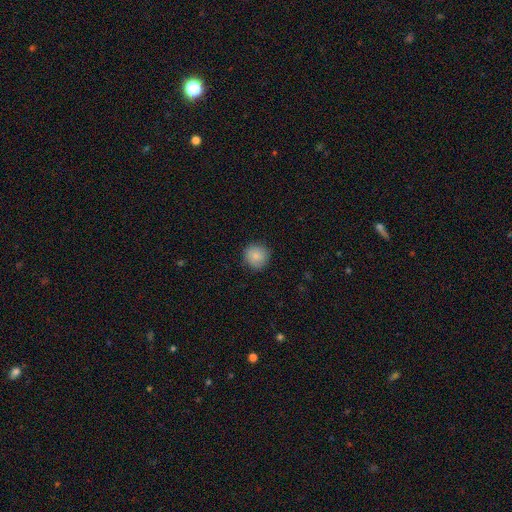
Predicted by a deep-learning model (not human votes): smooth_or_featured: smooth (p=0.85) [alt: star or artifact p=0.08]
how_rounded: round (p=0.92) [alt: in between p=0.07]
merging: none (p=0.86) [alt: minor disturbance p=0.10]